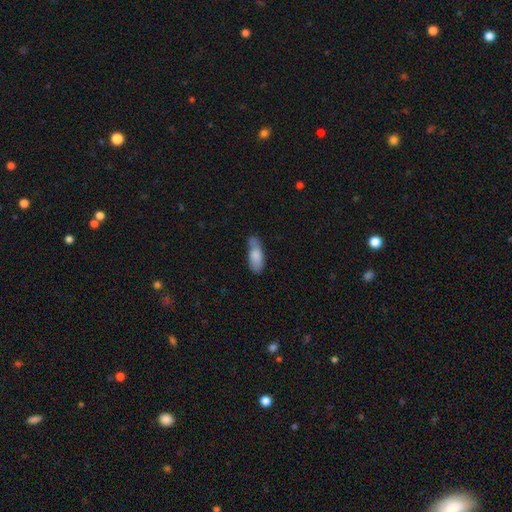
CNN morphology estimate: The model was most divided on "merging": none: 50%, minor disturbance: 35%, major disturbance: 9%, merger: 6%. More confident: smooth or featured — smooth (80%); how rounded — in between (72%).